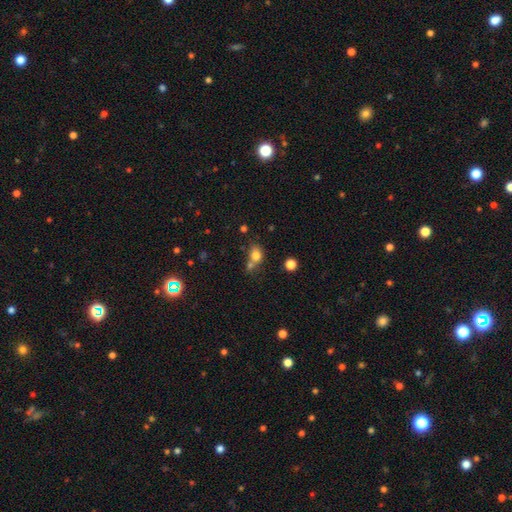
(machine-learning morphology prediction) smooth-or-featured: smooth: 77% | star or artifact: 13% | featured or disk: 10%
  how-rounded: round: 52% | in between: 46% | cigar-shaped: 2%
  merging: none: 43% | merger: 38% | minor disturbance: 13% | major disturbance: 6%